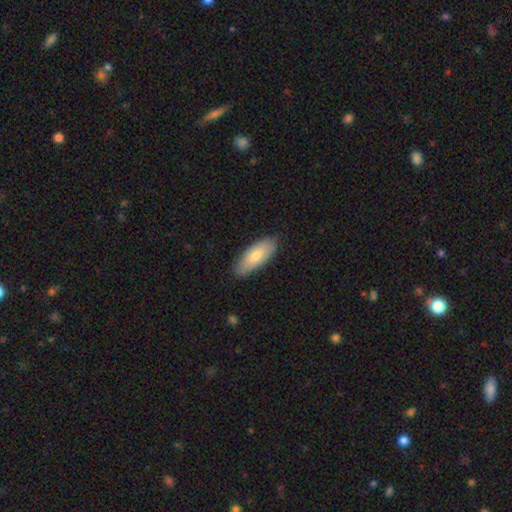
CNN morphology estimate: smooth-or-featured: smooth: 75% | featured or disk: 19% | star or artifact: 5%
  how-rounded: in between: 77% | cigar-shaped: 21% | round: 2%
  merging: none: 85% | minor disturbance: 12% | major disturbance: 2% | merger: 1%